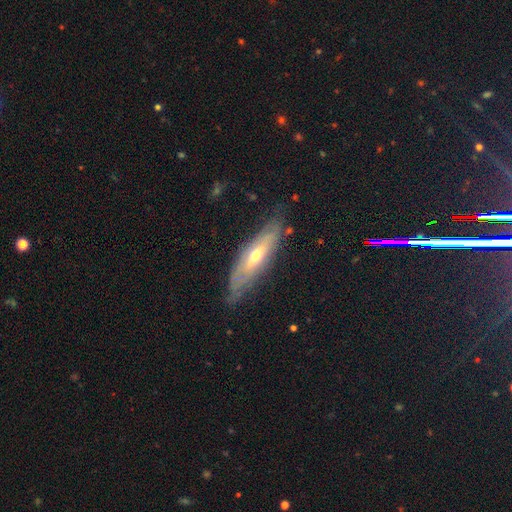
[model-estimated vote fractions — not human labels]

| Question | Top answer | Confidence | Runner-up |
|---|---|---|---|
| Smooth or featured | featured or disk | 63% | smooth (31%) |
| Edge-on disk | yes | 52% | no (48%) |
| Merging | none | 71% | minor disturbance (21%) |